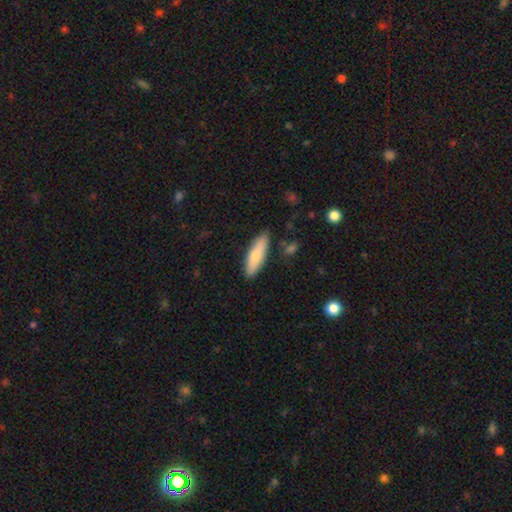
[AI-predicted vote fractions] Morphology: type=smooth (73%); roundness=cigar-shaped (54%); merging=none (85%).